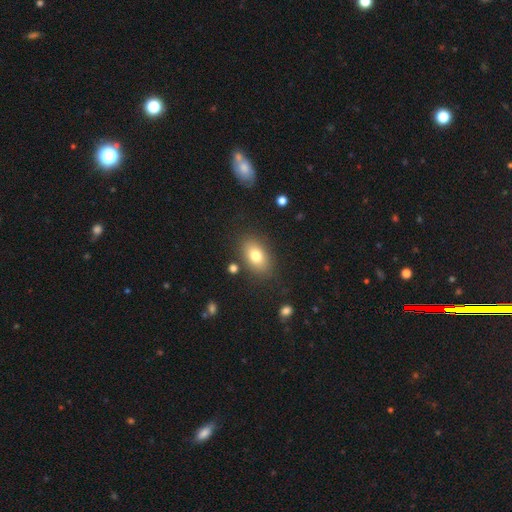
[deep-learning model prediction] The model was most divided on "smooth or featured": smooth: 77%, featured or disk: 14%, star or artifact: 9%. More confident: how rounded — in between (87%); merging — none (83%).